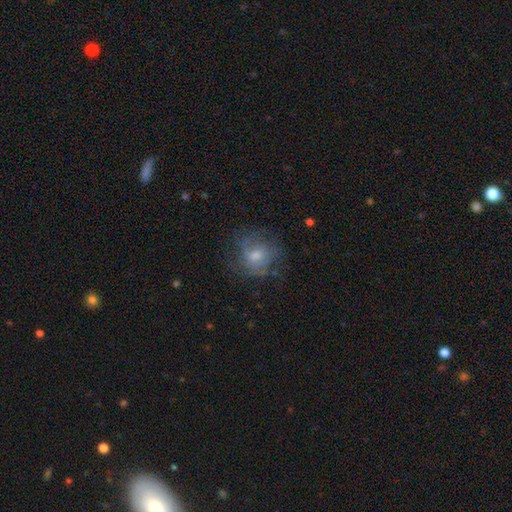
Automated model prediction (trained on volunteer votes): smooth_or_featured: featured or disk (p=0.44) [alt: smooth p=0.43]
merging: none (p=0.66) [alt: minor disturbance p=0.19]